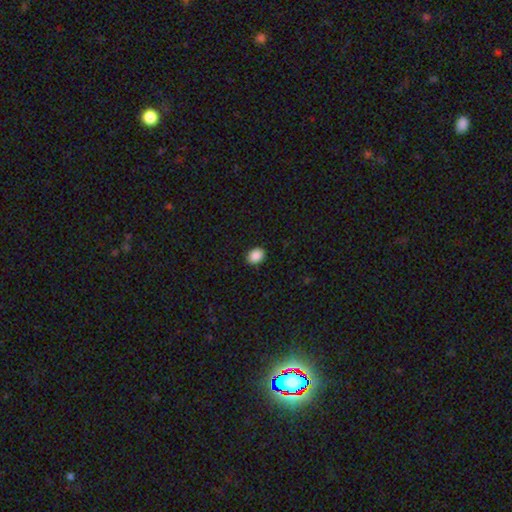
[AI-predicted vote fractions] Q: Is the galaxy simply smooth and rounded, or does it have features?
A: smooth — 89%.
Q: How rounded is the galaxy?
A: in between — 63%.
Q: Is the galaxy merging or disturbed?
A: none — 90%.